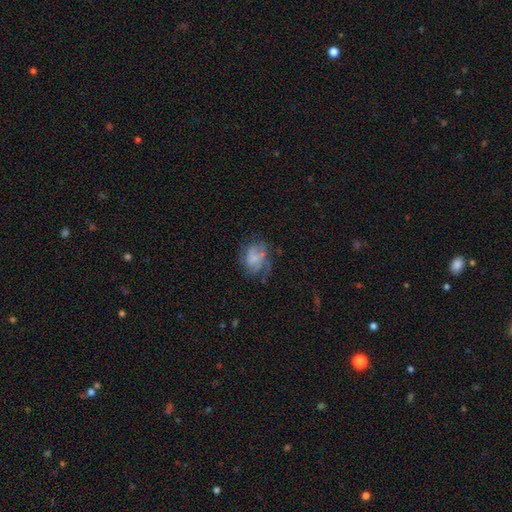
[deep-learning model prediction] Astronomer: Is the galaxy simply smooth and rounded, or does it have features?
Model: featured or disk — 48% (runner-up: smooth, 41%).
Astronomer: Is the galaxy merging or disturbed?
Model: none — 43% (runner-up: major disturbance, 29%).